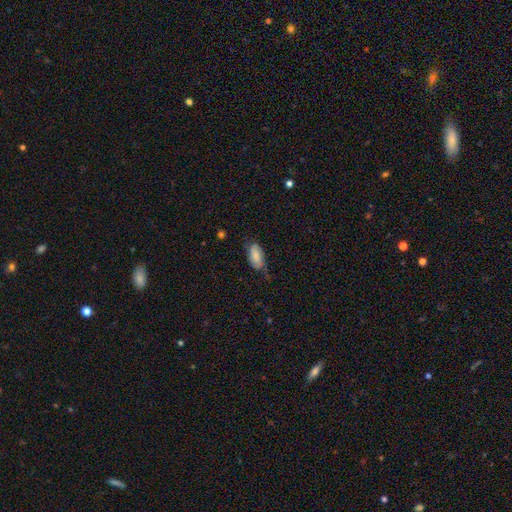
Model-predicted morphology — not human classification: Smooth or featured?
  - smooth: 71% *
  - featured or disk: 22%
  - star or artifact: 7%
How rounded?
  - in between: 93% *
  - cigar-shaped: 4%
  - round: 3%
Merging?
  - none: 53% *
  - minor disturbance: 34%
  - major disturbance: 11%
  - merger: 2%